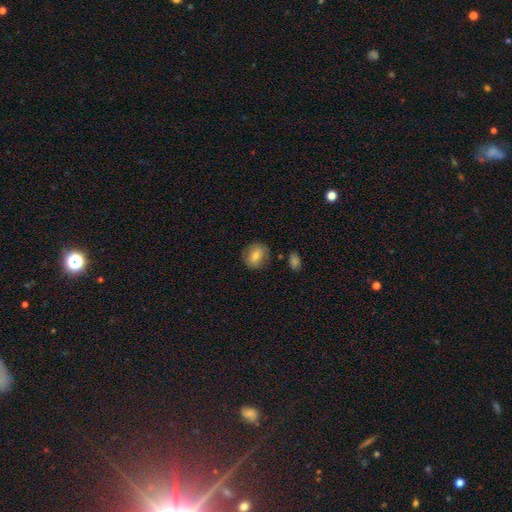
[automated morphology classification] The model was most divided on "how rounded": round: 63%, in between: 35%, cigar-shaped: 1%. More confident: merging — none (78%); smooth or featured — smooth (73%).